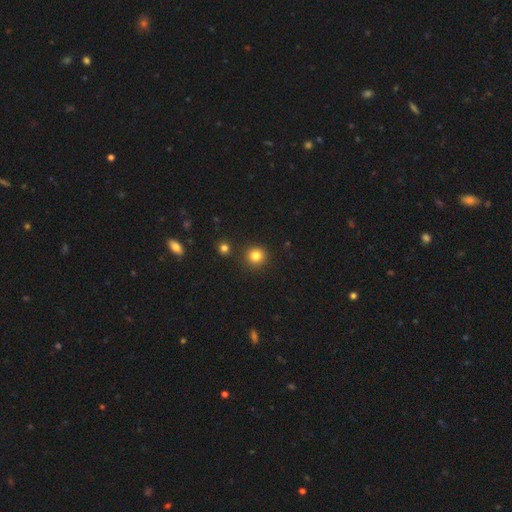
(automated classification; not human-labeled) This appears to be a smooth galaxy with no disk features (82%) that is round (92%). Merging: none (89%).